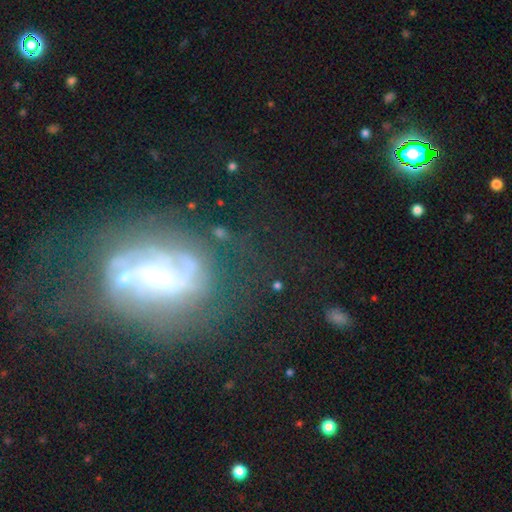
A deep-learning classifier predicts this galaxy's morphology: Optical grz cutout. It shows a featured or disk galaxy (78%) with no bar (39%, tied with weak), 2 (58%) medium (40%, tied with tight) spiral arms (88%) and a small central bulge (63%). Merging: none (57%).